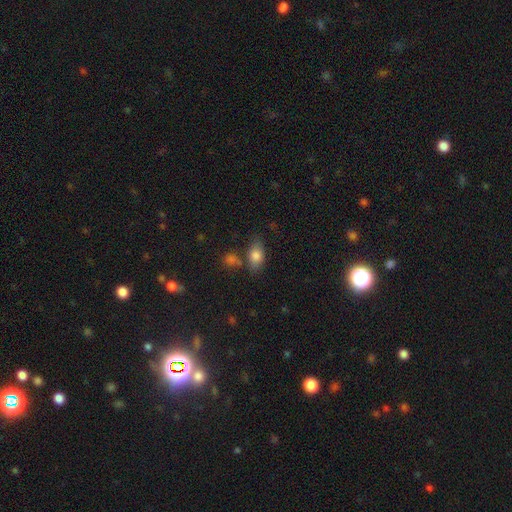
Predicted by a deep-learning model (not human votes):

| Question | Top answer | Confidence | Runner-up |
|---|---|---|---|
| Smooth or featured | smooth | 81% | featured or disk (11%) |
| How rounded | in between | 86% | round (11%) |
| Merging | none | 68% | minor disturbance (16%) |